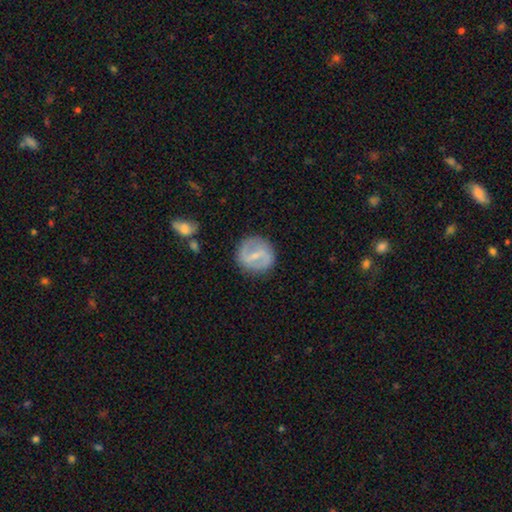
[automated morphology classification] Q: Smooth or featured?
A: featured or disk (63%); runner-up: smooth (32%)
Q: Edge-on disk?
A: no (96%); runner-up: yes (4%)
Q: Bar?
A: strong (51%); runner-up: weak (38%)
Q: Spiral arms?
A: yes (57%); runner-up: no (43%)
Q: Bulge size?
A: small (59%); runner-up: moderate (25%)
Q: Merging?
A: none (82%); runner-up: minor disturbance (12%)